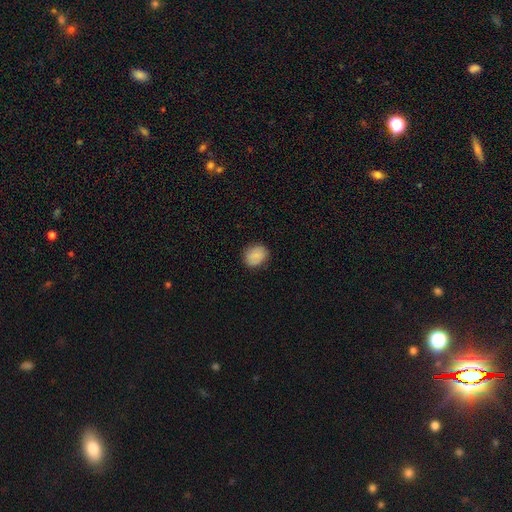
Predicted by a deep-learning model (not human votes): Smooth or featured?
  - smooth: 85% *
  - star or artifact: 8%
  - featured or disk: 7%
How rounded?
  - round: 57% *
  - in between: 42%
  - cigar-shaped: 1%
Merging?
  - none: 85% *
  - minor disturbance: 11%
  - major disturbance: 3%
  - merger: 1%